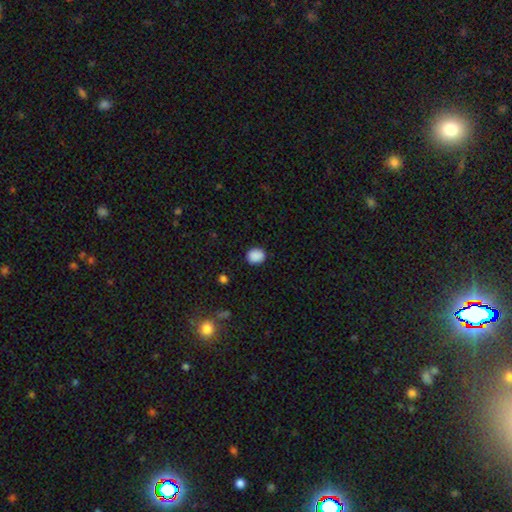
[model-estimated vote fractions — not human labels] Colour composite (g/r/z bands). It shows a smooth galaxy with no disk features (88%) that is round (65%). Merging: none (88%).